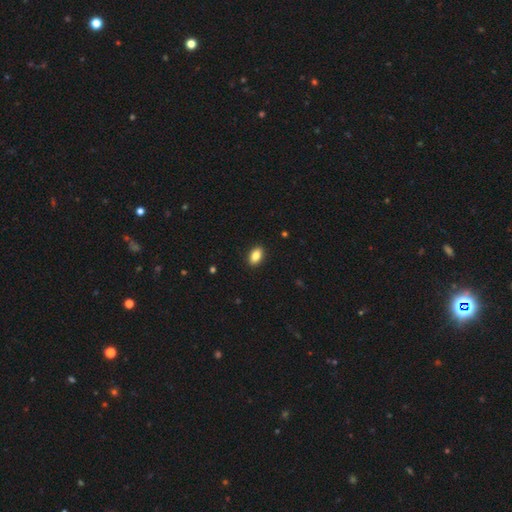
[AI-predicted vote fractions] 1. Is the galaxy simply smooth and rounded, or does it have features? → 84% smooth, 8% star or artifact, 8% featured or disk.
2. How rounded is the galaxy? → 90% in between, 7% round, 3% cigar-shaped.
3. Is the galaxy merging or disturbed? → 90% none, 7% minor disturbance, 2% major disturbance, 1% merger.